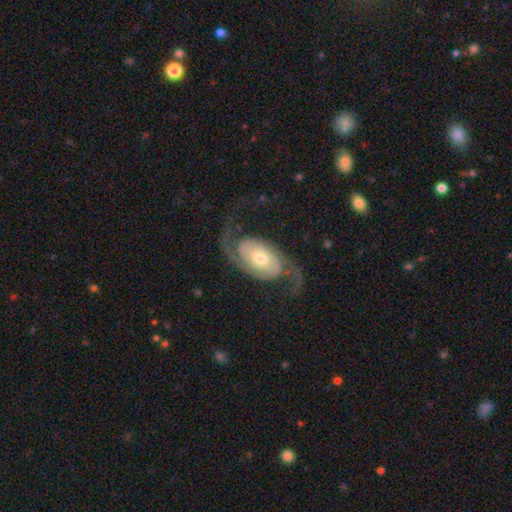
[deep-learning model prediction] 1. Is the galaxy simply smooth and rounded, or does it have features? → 91% featured or disk, 5% smooth, 4% star or artifact.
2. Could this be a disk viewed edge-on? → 97% no, 3% yes.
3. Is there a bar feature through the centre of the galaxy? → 67% no, 24% weak, 9% strong.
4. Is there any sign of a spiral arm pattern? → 98% yes, 2% no.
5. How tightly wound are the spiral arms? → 46% medium, 35% loose, 19% tight.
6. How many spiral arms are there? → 94% 2, 2% can't tell, 1% 3, 1% 1, 1% 4, 1% more than 4.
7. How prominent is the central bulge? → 58% moderate, 31% small, 8% large, 2% dominant, 2% none.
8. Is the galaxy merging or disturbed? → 75% none, 13% minor disturbance, 11% major disturbance, 1% merger.